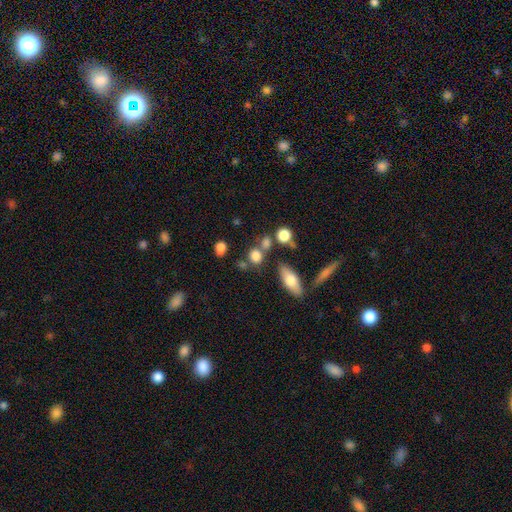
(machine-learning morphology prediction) Overall: smooth (79%). How rounded: round (70%). Merging: none (61%; merger 22%).